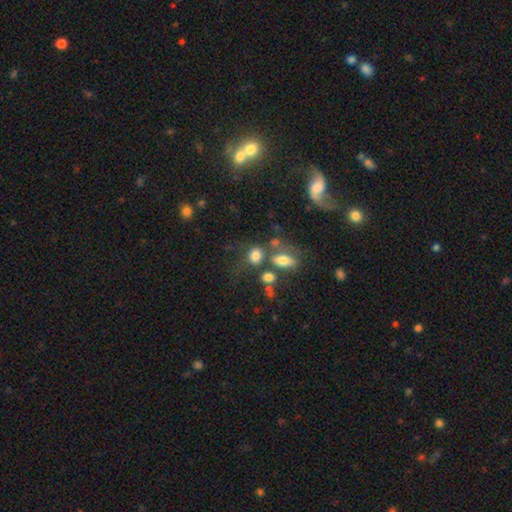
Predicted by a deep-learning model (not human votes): This is likely a smooth galaxy (77%). How rounded: possibly in between (52%). Merging: marginally none (43%).